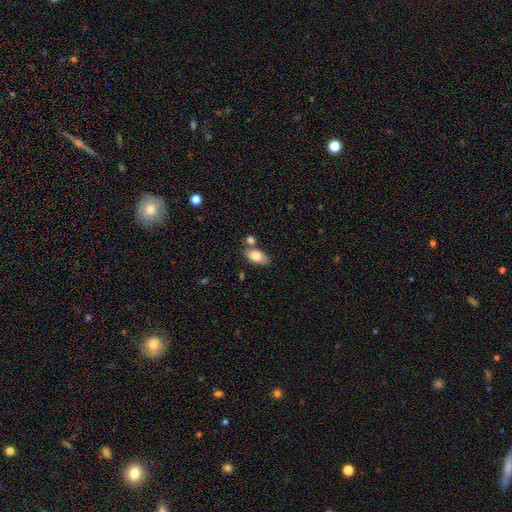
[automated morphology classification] This appears to be a smooth galaxy with no disk features (81%) that is in between round and cigar-shaped (91%). Merging: none (60%).